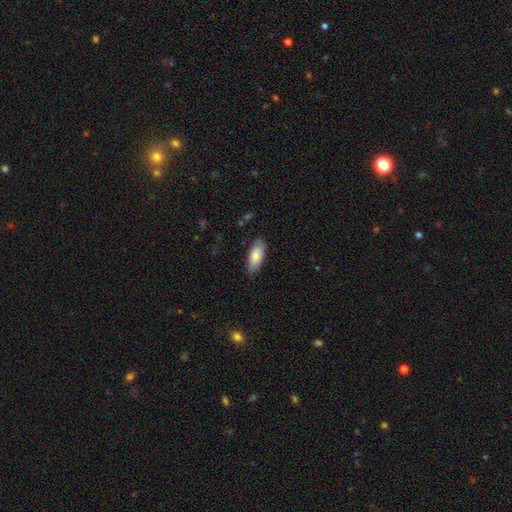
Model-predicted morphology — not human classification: A smooth galaxy with no disk features (81%) that is in between round and cigar-shaped (82%). Merging: none (83%).